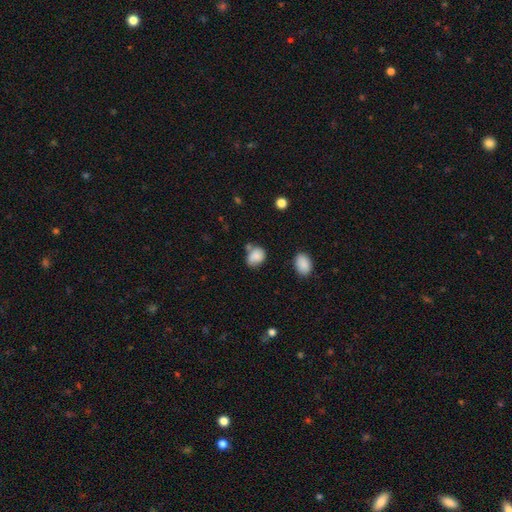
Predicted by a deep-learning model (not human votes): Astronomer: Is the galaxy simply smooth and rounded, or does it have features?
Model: smooth — 83%.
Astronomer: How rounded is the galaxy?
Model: in between — 57% (runner-up: round, 42%).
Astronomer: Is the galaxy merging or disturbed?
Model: none — 48% (runner-up: minor disturbance, 27%).